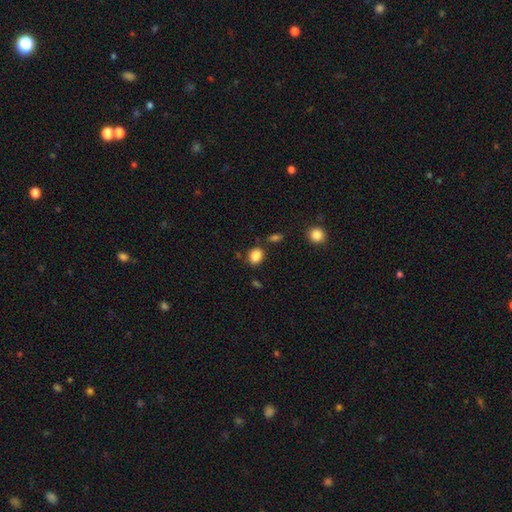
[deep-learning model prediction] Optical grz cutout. It shows a smooth galaxy with no disk features (86%) that is in between round and cigar-shaped (53%). Merging: none (77%).